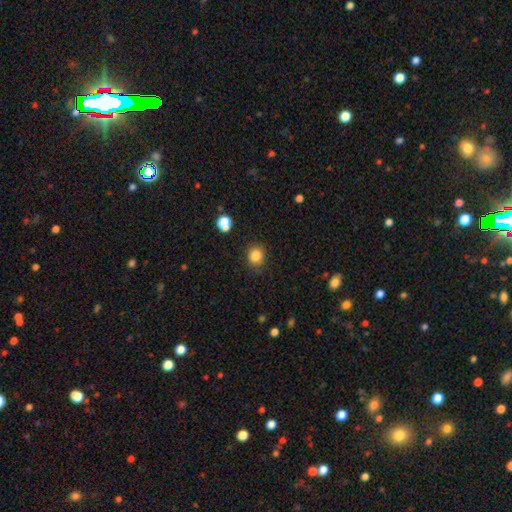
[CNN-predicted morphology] smooth-or-featured: smooth: 85% | star or artifact: 11% | featured or disk: 4%
  how-rounded: round: 81% | in between: 18% | cigar-shaped: 1%
  merging: none: 85% | minor disturbance: 10% | major disturbance: 3% | merger: 2%